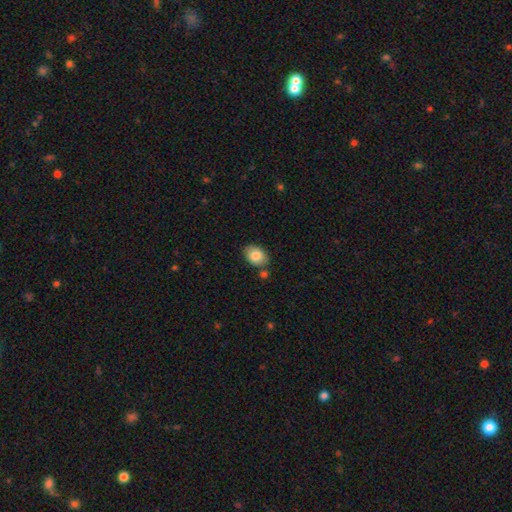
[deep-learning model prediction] A smooth galaxy with no disk features (83%) that is in between round and cigar-shaped (73%). Merging: none (77%).